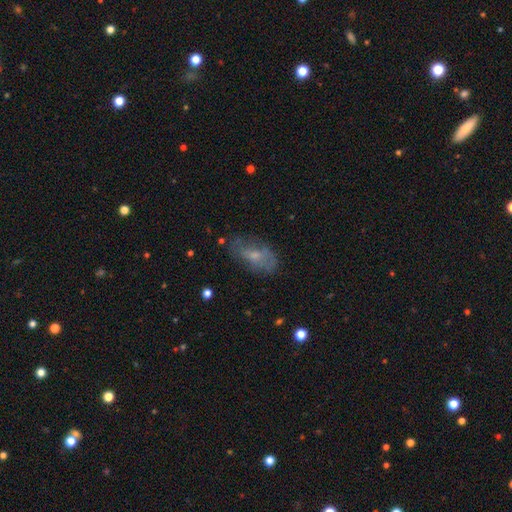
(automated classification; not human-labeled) Smooth or featured? smooth (50%)
Merging? none (56%)